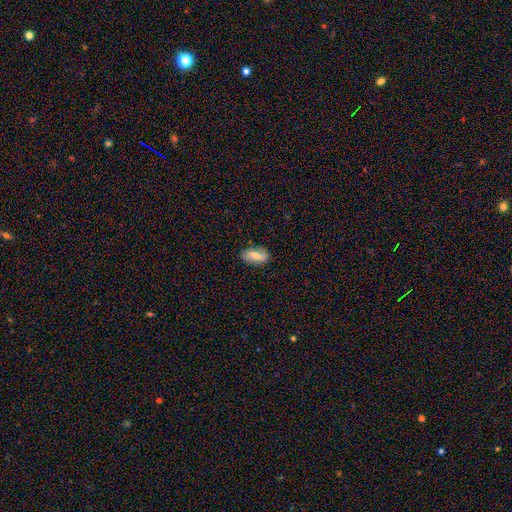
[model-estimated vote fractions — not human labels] This is possibly a smooth galaxy (48%). Merging: clearly none (80%).